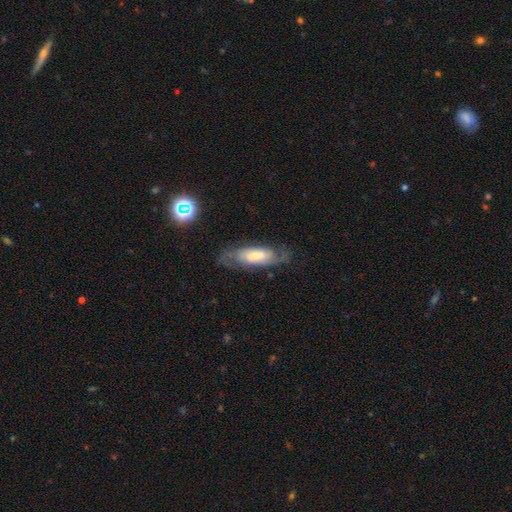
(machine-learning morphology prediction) featured or disk 64%, smooth 30%, star or artifact 7%. Down the decision tree: edge-on disk — no (82%); bar — no (53%); spiral arms — yes (87%); bulge size — small (36%); merging — none (67%).